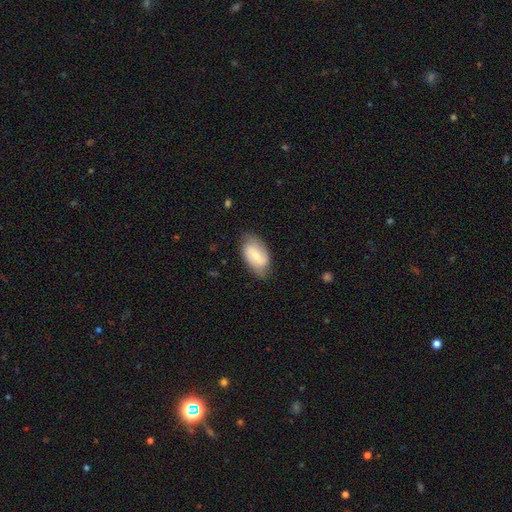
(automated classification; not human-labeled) featured or disk 49%, smooth 45%, star or artifact 6%. Down the decision tree: merging — none (74%).